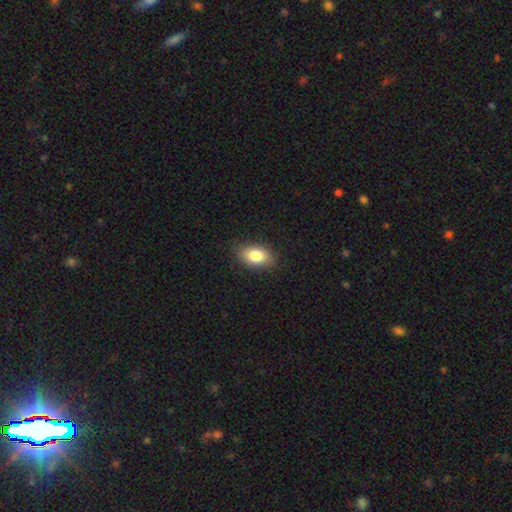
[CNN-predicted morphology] smooth_or_featured: smooth (p=0.83) [alt: featured or disk p=0.09]
how_rounded: in between (p=0.89) [alt: round p=0.09]
merging: none (p=0.85) [alt: minor disturbance p=0.11]